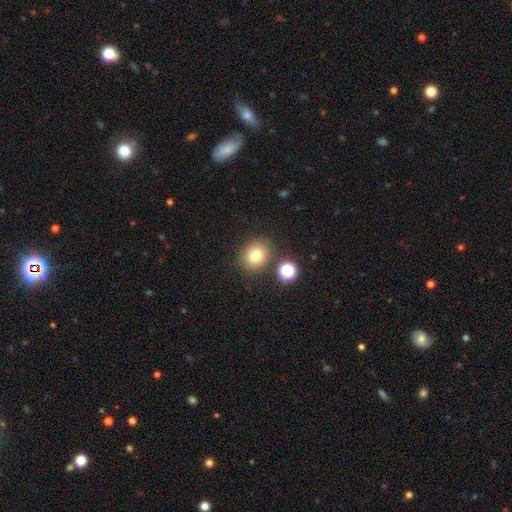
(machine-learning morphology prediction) Smooth or featured: smooth — 77% (star or artifact — 14%)
How rounded: round — 68% (in between — 31%)
Merging: none — 80% (minor disturbance — 10%)